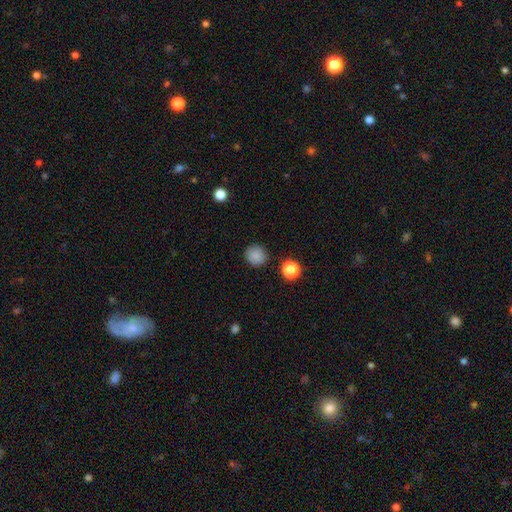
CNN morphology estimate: smooth 85%, star or artifact 11%, featured or disk 4%. Down the decision tree: how rounded — round (89%); merging — none (88%).